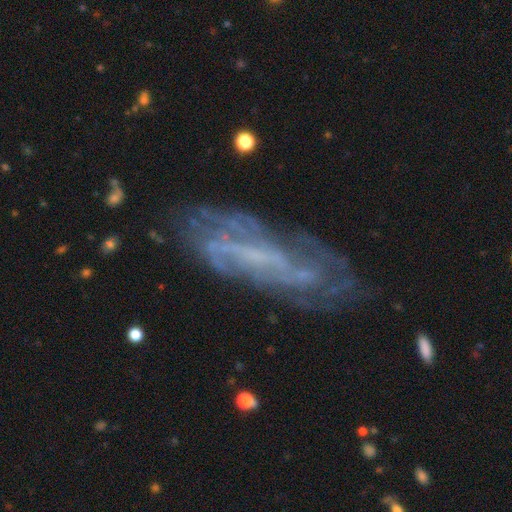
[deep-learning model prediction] Smooth or featured?
  - featured or disk: 76% *
  - smooth: 15%
  - star or artifact: 9%
Edge-on disk?
  - no: 81% *
  - yes: 19%
Bar?
  - weak: 37% *
  - no: 33%
  - strong: 30%
Spiral arms?
  - yes: 76% *
  - no: 24%
Bulge size?
  - none: 46% *
  - small: 40%
  - moderate: 11%
  - large: 2%
  - dominant: 1%
Merging?
  - none: 65% *
  - minor disturbance: 20%
  - major disturbance: 12%
  - merger: 3%